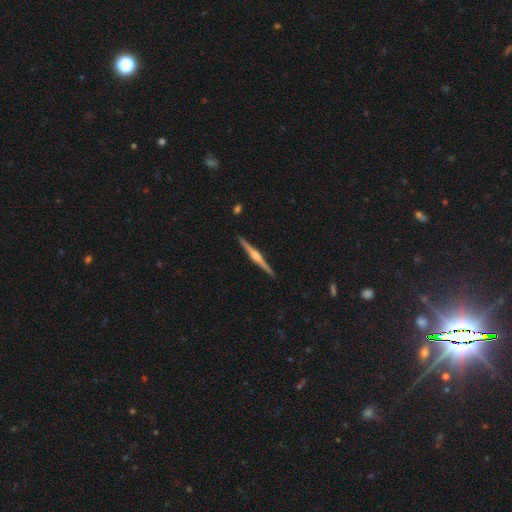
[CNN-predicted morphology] smooth-or-featured: featured or disk: 82% | smooth: 14% | star or artifact: 5%
  disk-edge-on: yes: 99% | no: 1%
    edge-on-bulge: rounded: 86% | boxy: 9% | none: 5%
  merging: none: 92% | minor disturbance: 6% | major disturbance: 1% | merger: 1%